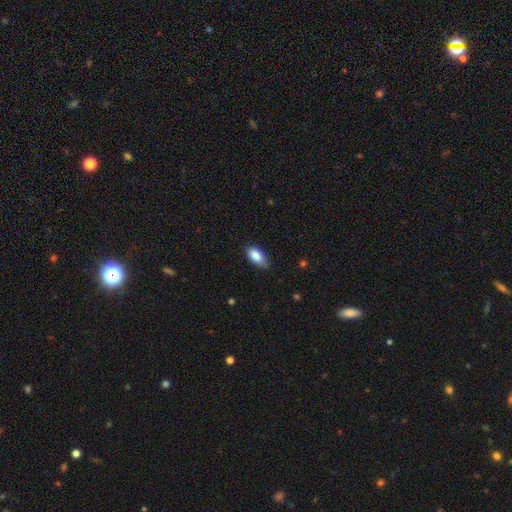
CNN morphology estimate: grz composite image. It shows a smooth galaxy with no disk features (87%) that is in between round and cigar-shaped (88%). Merging: none (72%).